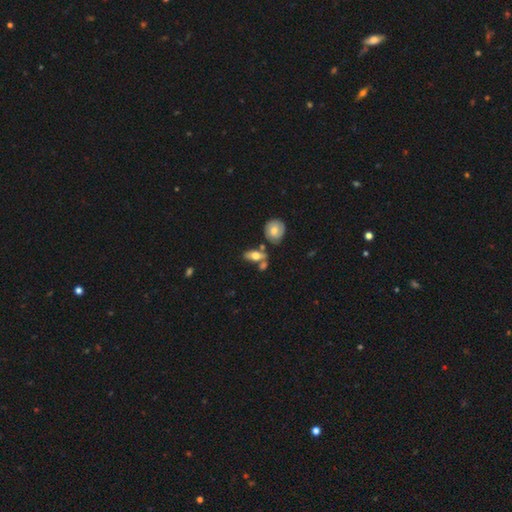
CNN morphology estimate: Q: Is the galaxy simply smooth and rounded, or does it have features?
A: smooth — 61%.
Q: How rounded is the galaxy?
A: in between — 77%.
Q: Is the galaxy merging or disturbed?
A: none — 58%.